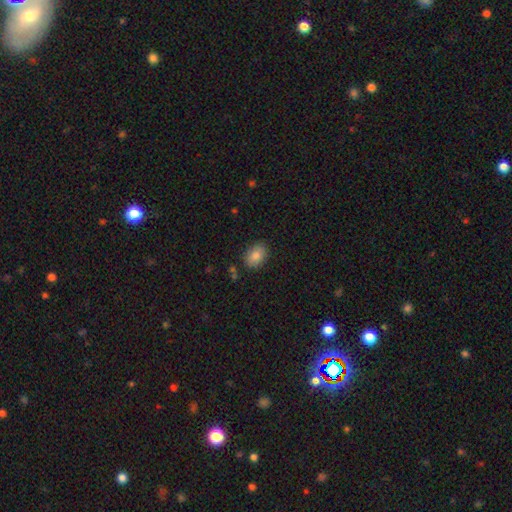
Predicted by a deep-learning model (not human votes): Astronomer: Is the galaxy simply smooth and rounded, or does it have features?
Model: smooth — 84%.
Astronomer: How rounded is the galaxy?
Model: in between — 77%.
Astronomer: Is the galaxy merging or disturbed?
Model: none — 85%.